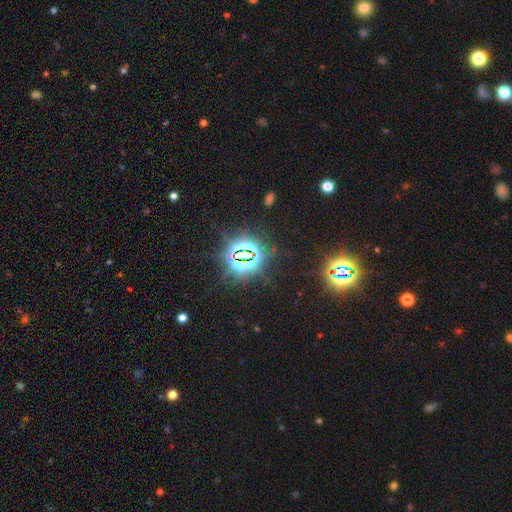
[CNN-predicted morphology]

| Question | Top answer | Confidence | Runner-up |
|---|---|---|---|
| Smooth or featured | star or artifact | 84% | smooth (10%) |